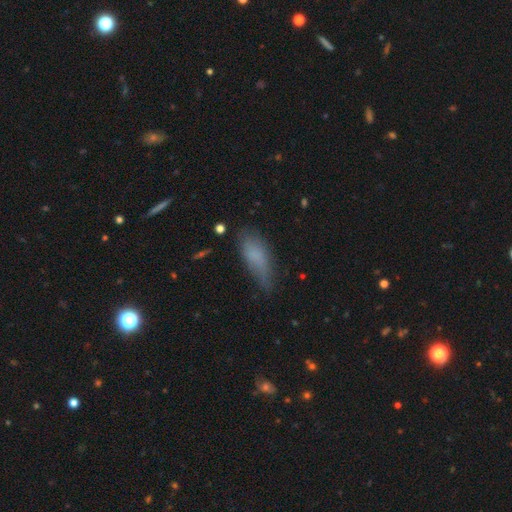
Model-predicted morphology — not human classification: Smooth or featured?
  - smooth: 76% *
  - featured or disk: 15%
  - star or artifact: 9%
How rounded?
  - in between: 69% *
  - cigar-shaped: 28%
  - round: 2%
Merging?
  - none: 51% *
  - minor disturbance: 34%
  - major disturbance: 12%
  - merger: 2%